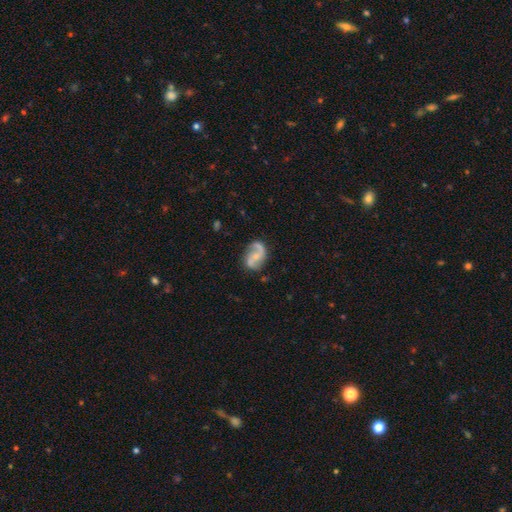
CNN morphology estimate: A featured or disk galaxy (83%) with no bar (53%), 2 (91%) loose (47%) spiral arms (95%) and a small central bulge (58%). Merging: none (74%).